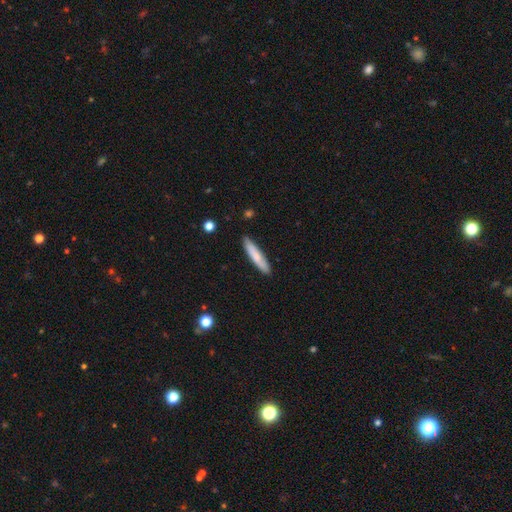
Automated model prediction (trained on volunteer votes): Morphology: type=smooth (77%); roundness=cigar-shaped (87%); merging=none (88%).